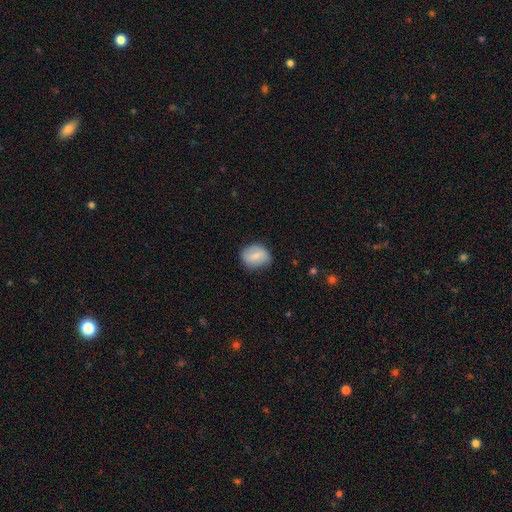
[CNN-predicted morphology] Smooth or featured?
  - smooth: 68% *
  - featured or disk: 25%
  - star or artifact: 7%
How rounded?
  - round: 51% *
  - in between: 48%
  - cigar-shaped: 2%
Merging?
  - none: 72% *
  - minor disturbance: 21%
  - major disturbance: 5%
  - merger: 1%